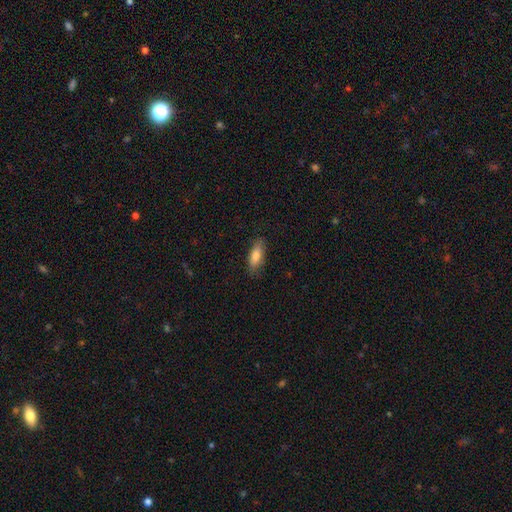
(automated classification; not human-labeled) Q: Smooth or featured?
A: smooth (80%); runner-up: featured or disk (14%)
Q: How rounded?
A: in between (71%); runner-up: cigar-shaped (27%)
Q: Merging?
A: none (83%); runner-up: minor disturbance (13%)